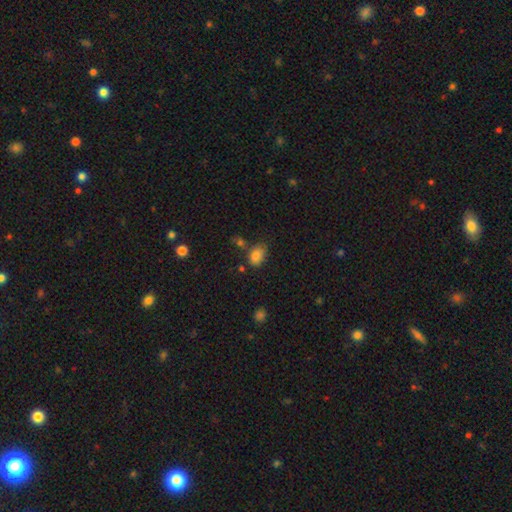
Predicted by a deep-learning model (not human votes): smooth_or_featured: smooth (p=0.82) [alt: star or artifact p=0.10]
how_rounded: in between (p=0.82) [alt: round p=0.17]
merging: none (p=0.59) [alt: minor disturbance p=0.25]